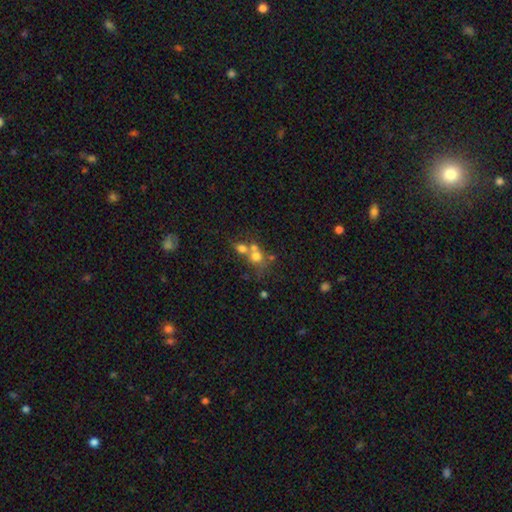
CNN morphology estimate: Smooth or featured?
  - smooth: 62% *
  - featured or disk: 22%
  - star or artifact: 16%
How rounded?
  - round: 77% *
  - in between: 22%
  - cigar-shaped: 1%
Merging?
  - merger: 57% *
  - none: 31%
  - minor disturbance: 7%
  - major disturbance: 5%